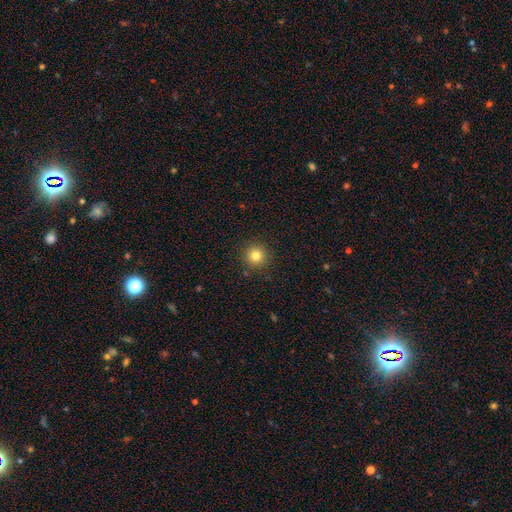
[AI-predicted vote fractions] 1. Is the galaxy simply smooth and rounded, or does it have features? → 81% smooth, 12% star or artifact, 6% featured or disk.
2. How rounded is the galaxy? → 95% round, 4% in between, 1% cigar-shaped.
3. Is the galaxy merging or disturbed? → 91% none, 6% minor disturbance, 2% major disturbance, 1% merger.